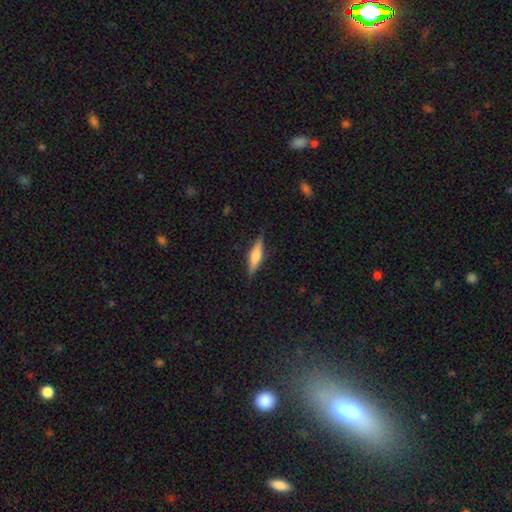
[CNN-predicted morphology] smooth-or-featured: featured or disk: 50% | smooth: 43% | star or artifact: 7%
  disk-edge-on: yes: 95% | no: 5%
  merging: none: 86% | minor disturbance: 11% | major disturbance: 2% | merger: 1%